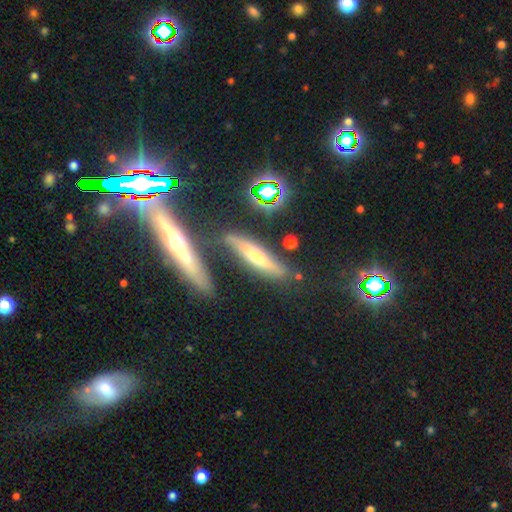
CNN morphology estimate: This is marginally a featured or disk galaxy (45%). Merging: likely none (71%).